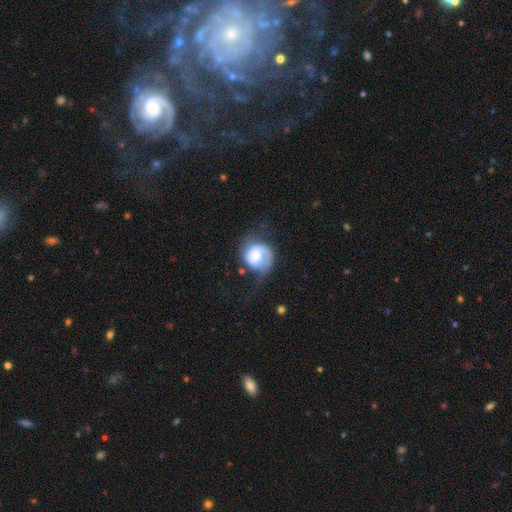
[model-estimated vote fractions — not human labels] The model was most divided on "spiral winding": tight: 39%, medium: 36%, loose: 25%. Remaining: edge-on disk — no (98%); spiral arms — yes (86%); bar — no (66%); smooth or featured — featured or disk (62%); spiral arm count — 1 (51%); merging — none (41%); bulge size — moderate (41%).